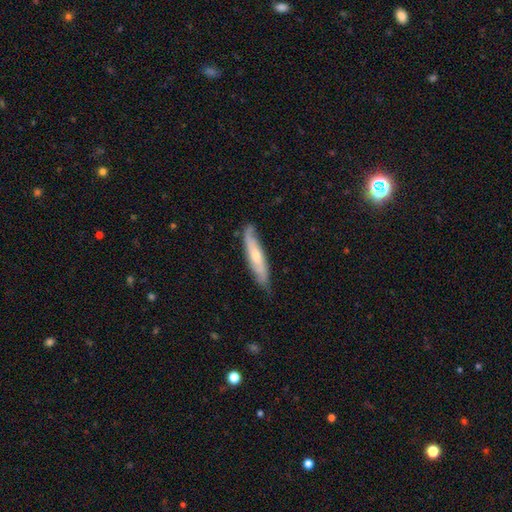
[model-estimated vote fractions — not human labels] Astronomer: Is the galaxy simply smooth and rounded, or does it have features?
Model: featured or disk — 54% (runner-up: smooth, 40%).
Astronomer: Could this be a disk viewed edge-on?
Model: no — 51% (runner-up: yes, 49%).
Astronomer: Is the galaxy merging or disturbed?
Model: none — 75%.